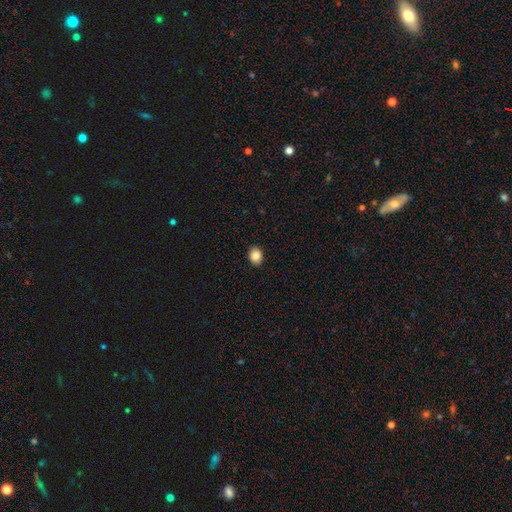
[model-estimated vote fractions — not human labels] smooth-or-featured: smooth: 86% | star or artifact: 9% | featured or disk: 5%
  how-rounded: in between: 57% | round: 43% | cigar-shaped: 1%
  merging: none: 89% | minor disturbance: 8% | major disturbance: 2% | merger: 1%